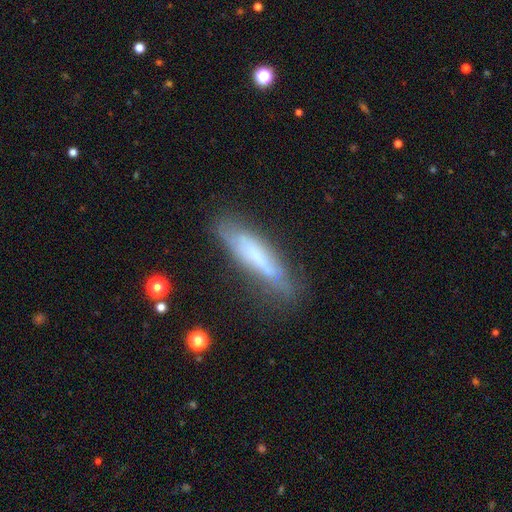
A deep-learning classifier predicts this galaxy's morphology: smooth 49%, featured or disk 42%, star or artifact 8%. Down the decision tree: merging — none (63%).